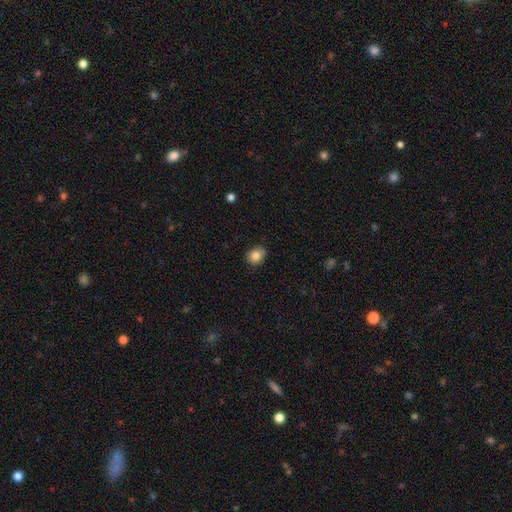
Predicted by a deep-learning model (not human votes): smooth-or-featured: smooth: 84% | star or artifact: 10% | featured or disk: 7%
  how-rounded: round: 62% | in between: 37% | cigar-shaped: 1%
  merging: none: 80% | minor disturbance: 16% | major disturbance: 3% | merger: 1%